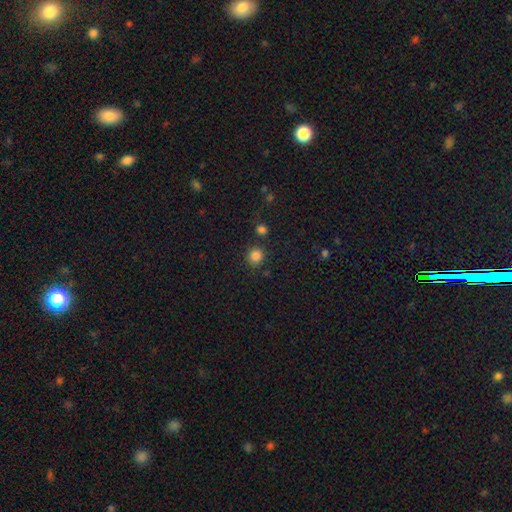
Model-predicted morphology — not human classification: The model was most divided on "smooth or featured": smooth: 84%, star or artifact: 12%, featured or disk: 4%. More confident: how rounded — round (89%); merging — none (81%).